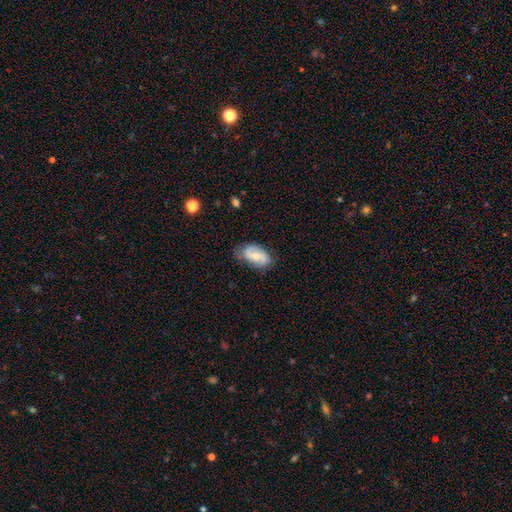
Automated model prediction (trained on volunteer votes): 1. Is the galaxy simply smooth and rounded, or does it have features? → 57% featured or disk, 37% smooth, 6% star or artifact.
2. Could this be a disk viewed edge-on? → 96% no, 4% yes.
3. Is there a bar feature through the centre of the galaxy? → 45% no, 41% weak, 14% strong.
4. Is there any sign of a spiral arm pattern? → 85% yes, 15% no.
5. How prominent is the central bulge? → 47% small (tied), 47% moderate (tied), 3% none, 2% large, 1% dominant.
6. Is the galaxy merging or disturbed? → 72% none, 21% minor disturbance, 5% major disturbance, 1% merger.